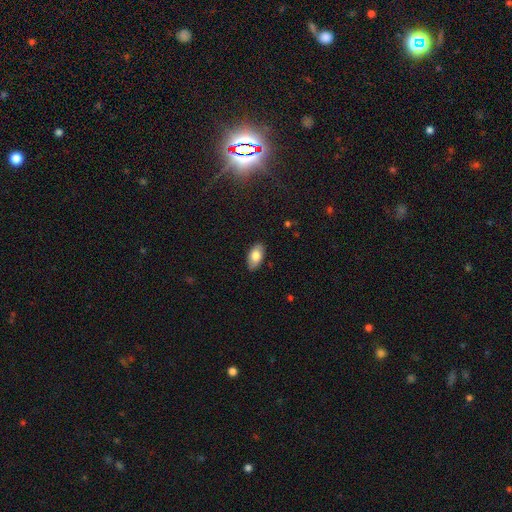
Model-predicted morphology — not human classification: Q: Smooth or featured?
A: smooth (80%); runner-up: featured or disk (13%)
Q: How rounded?
A: in between (94%); runner-up: round (3%)
Q: Merging?
A: none (87%); runner-up: minor disturbance (10%)